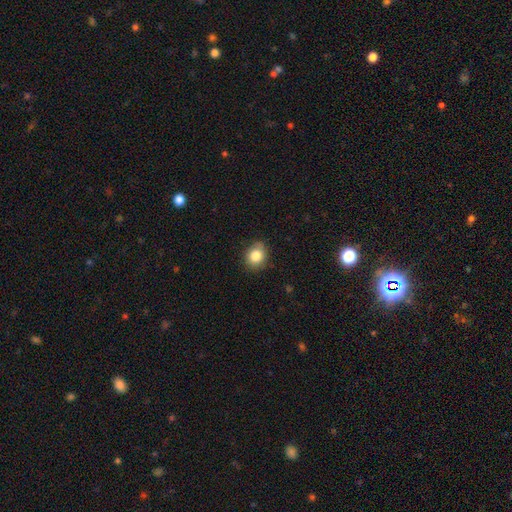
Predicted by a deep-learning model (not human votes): A smooth galaxy with no disk features (83%) that is round (63%). Merging: none (81%).